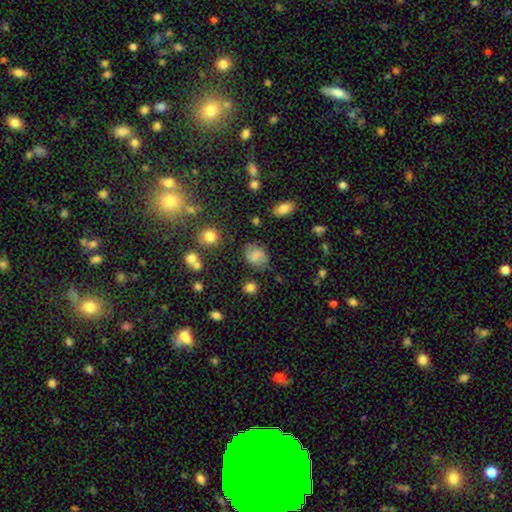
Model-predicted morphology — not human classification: type=smooth (66%); roundness=in between (59%); merging=none (67%).